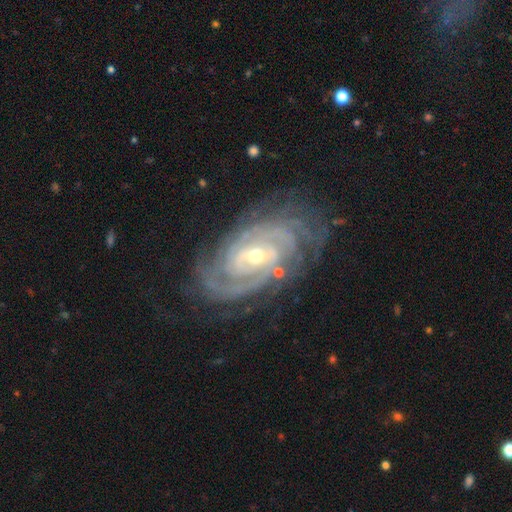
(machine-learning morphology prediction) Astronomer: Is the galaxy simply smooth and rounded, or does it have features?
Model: featured or disk — 90%.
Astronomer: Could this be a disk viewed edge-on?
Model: no — 96%.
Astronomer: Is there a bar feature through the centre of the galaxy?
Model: no — 39%, tied with weak at 39%.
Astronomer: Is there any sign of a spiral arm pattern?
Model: yes — 98%.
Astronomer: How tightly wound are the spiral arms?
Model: tight — 79%.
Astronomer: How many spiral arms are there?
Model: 2 — 27% (runner-up: can't tell, 23%).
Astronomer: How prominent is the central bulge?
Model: small — 54% (runner-up: moderate, 42%).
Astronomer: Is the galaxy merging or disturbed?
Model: none — 76%.